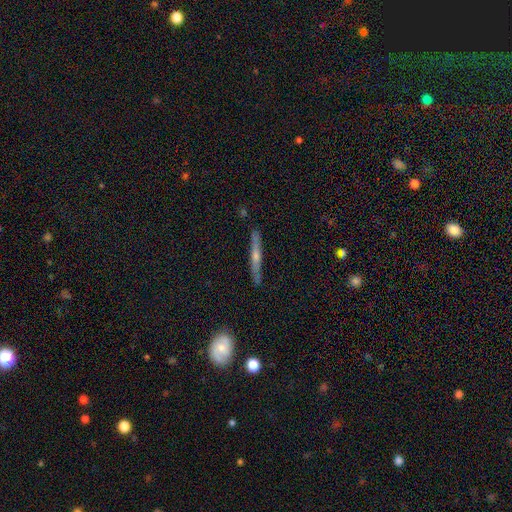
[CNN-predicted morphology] This appears to be a featured or disk galaxy (67%) viewed edge-on (96%) with a rounded central bulge (73%). Merging: none (88%).